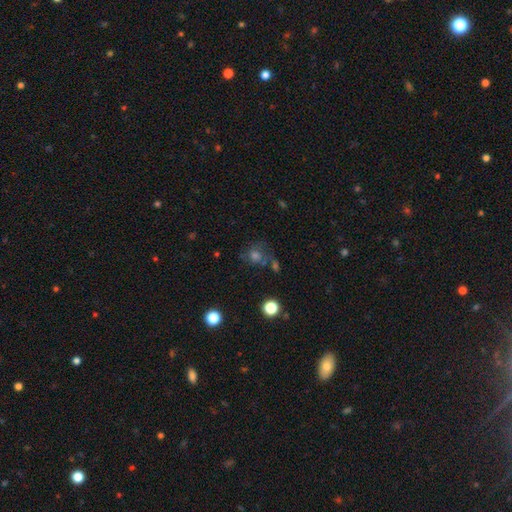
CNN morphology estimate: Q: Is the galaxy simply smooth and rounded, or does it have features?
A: smooth — 48%.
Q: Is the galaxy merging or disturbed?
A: none — 57%.